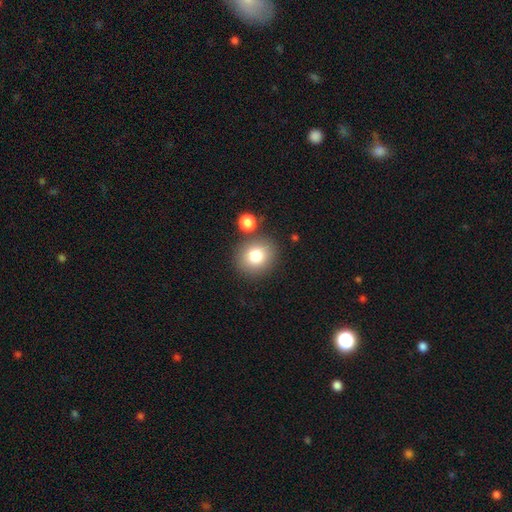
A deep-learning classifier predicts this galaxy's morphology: Q: Smooth or featured?
A: smooth (80%); runner-up: star or artifact (10%)
Q: How rounded?
A: round (77%); runner-up: in between (22%)
Q: Merging?
A: none (80%); runner-up: minor disturbance (9%)